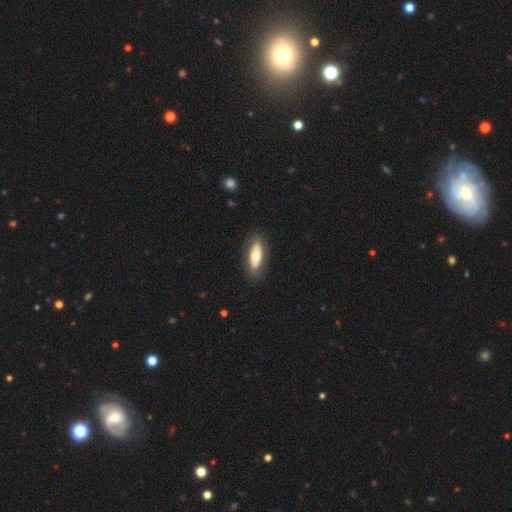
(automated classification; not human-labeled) smooth-or-featured: smooth: 58% | featured or disk: 37% | star or artifact: 5%
  how-rounded: in between: 75% | cigar-shaped: 22% | round: 3%
  merging: none: 83% | minor disturbance: 12% | major disturbance: 4% | merger: 1%